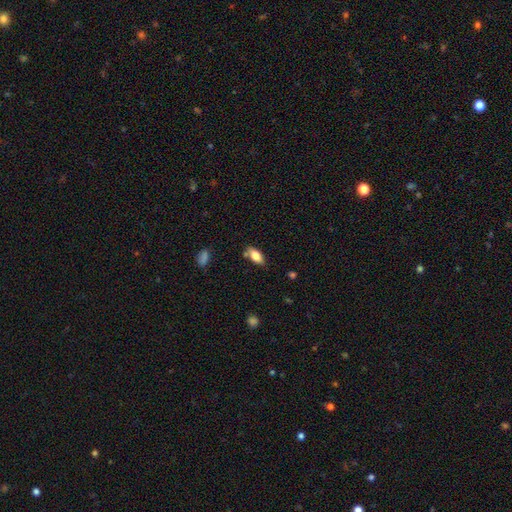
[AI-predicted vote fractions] A smooth galaxy with no disk features (79%) that is in between round and cigar-shaped (89%). Merging: none (74%).